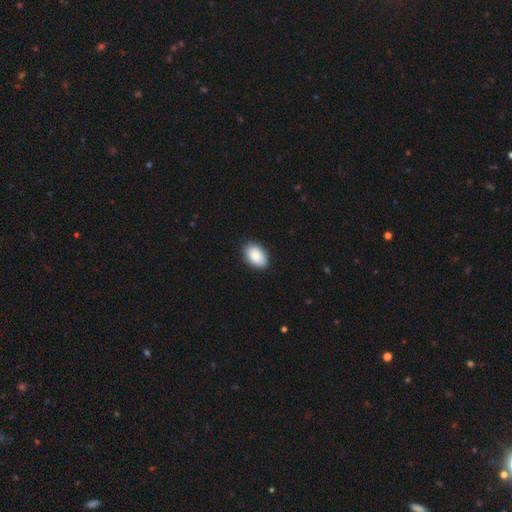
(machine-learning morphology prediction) A smooth galaxy with no disk features (89%) that is in between round and cigar-shaped (92%). Merging: none (87%).